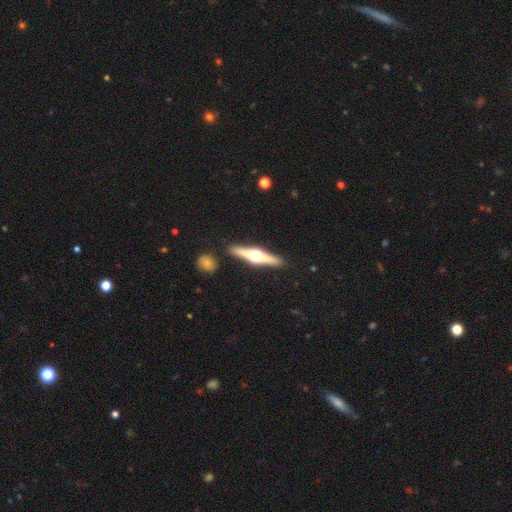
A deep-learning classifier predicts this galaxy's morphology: smooth-or-featured: featured or disk: 75% | smooth: 20% | star or artifact: 5%
  disk-edge-on: yes: 97% | no: 3%
    edge-on-bulge: rounded: 95% | boxy: 3% | none: 1%
  merging: none: 89% | minor disturbance: 7% | merger: 3% | major disturbance: 2%